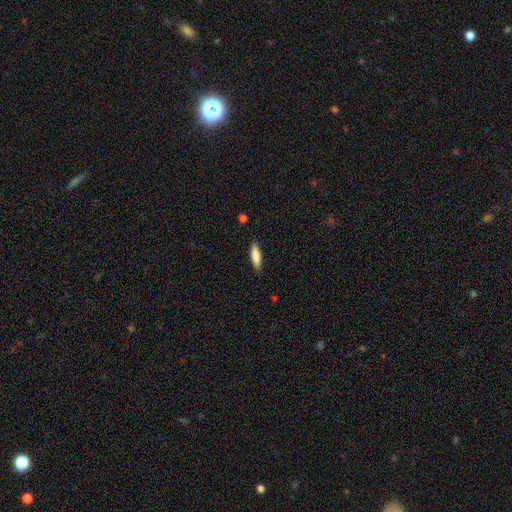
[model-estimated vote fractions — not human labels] The model was most divided on "how rounded": cigar-shaped: 68%, in between: 31%, round: 1%. More confident: merging — none (86%); smooth or featured — smooth (83%).